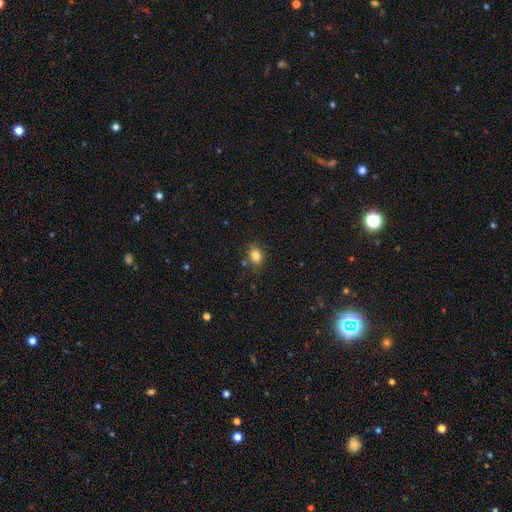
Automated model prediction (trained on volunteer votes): Smooth or featured?
  - smooth: 83% *
  - star or artifact: 11%
  - featured or disk: 7%
How rounded?
  - in between: 65% *
  - round: 34%
  - cigar-shaped: 1%
Merging?
  - none: 77% *
  - minor disturbance: 15%
  - merger: 4%
  - major disturbance: 4%